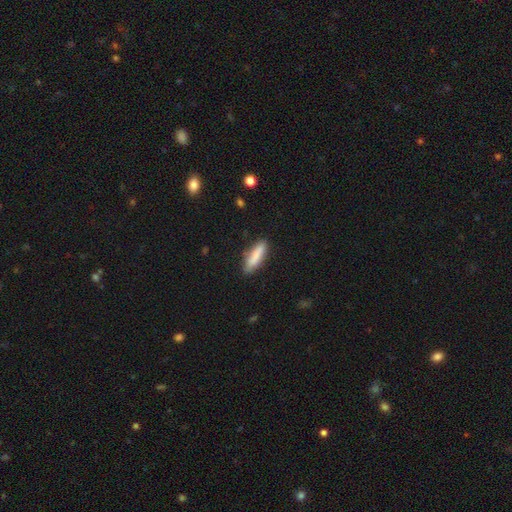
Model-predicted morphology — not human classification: smooth 84%, featured or disk 10%, star or artifact 6%. Down the decision tree: how rounded — cigar-shaped (65%); merging — none (81%).